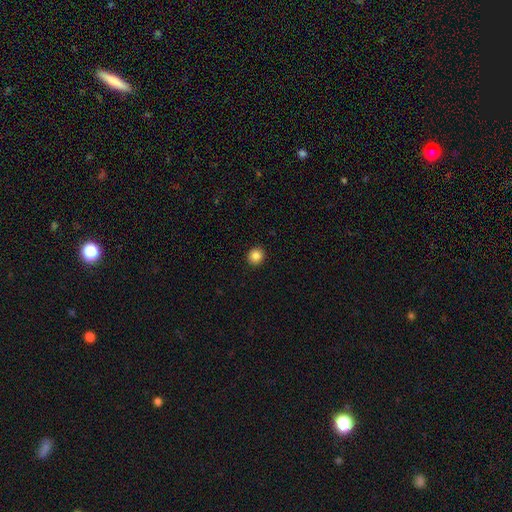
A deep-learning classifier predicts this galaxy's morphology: Smooth or featured? smooth (85%)
How rounded? round (90%)
Merging? none (93%)